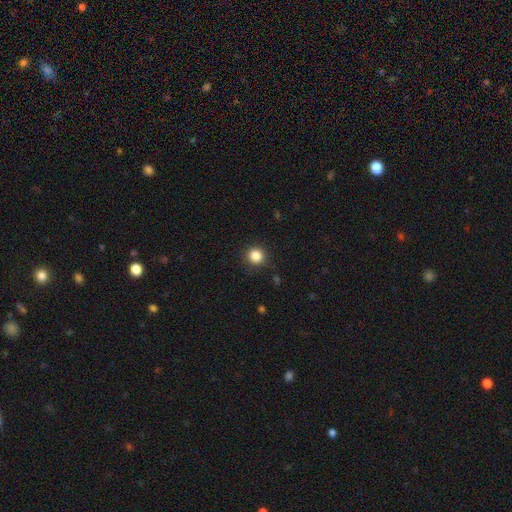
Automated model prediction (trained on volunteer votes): Overall: smooth (85%). How rounded: round (93%). Merging: none (90%).